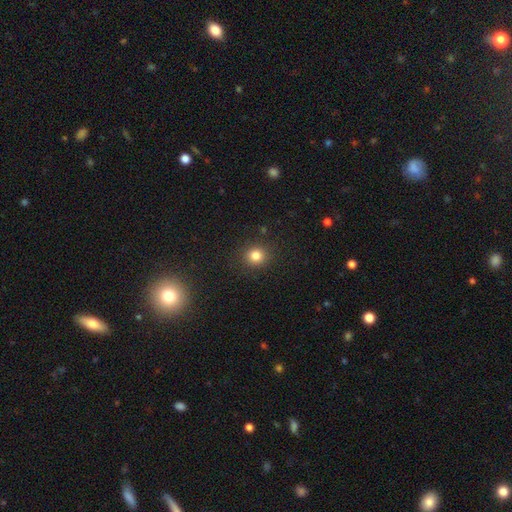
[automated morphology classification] This is clearly a smooth galaxy (82%). How rounded: clearly round (88%). Merging: clearly none (89%).